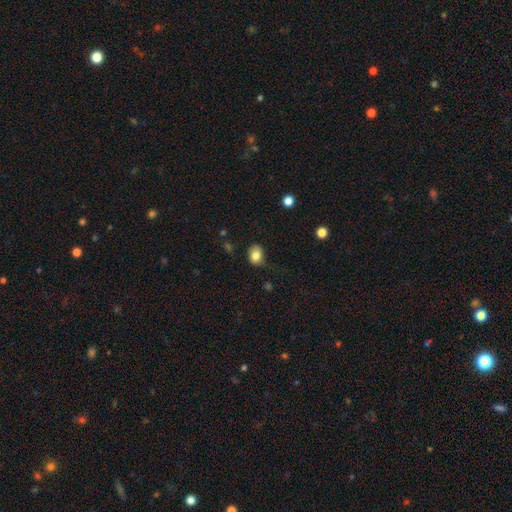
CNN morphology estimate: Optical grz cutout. It shows a smooth galaxy with no disk features (80%) that is in between round and cigar-shaped (56%). Merging: none (69%).